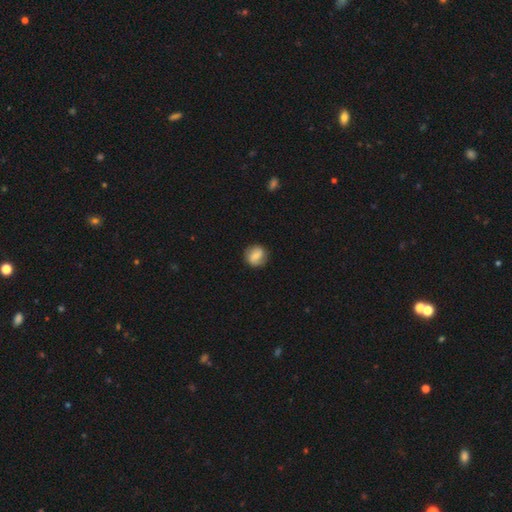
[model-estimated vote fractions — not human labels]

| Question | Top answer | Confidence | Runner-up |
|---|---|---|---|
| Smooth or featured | smooth | 65% | featured or disk (27%) |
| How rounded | round | 83% | in between (16%) |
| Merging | none | 83% | minor disturbance (12%) |